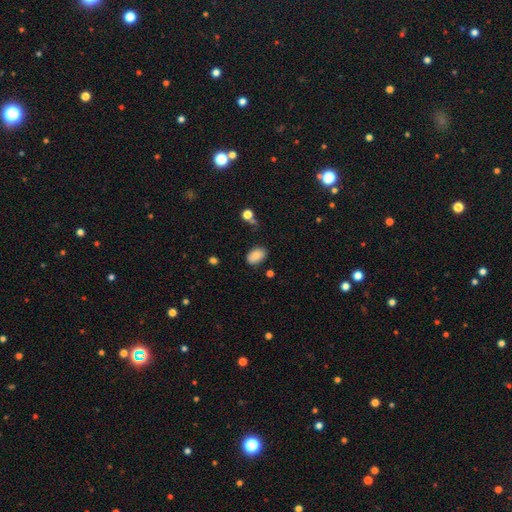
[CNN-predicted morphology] Q: Smooth or featured?
A: smooth (85%); runner-up: star or artifact (8%)
Q: How rounded?
A: in between (88%); runner-up: round (11%)
Q: Merging?
A: none (80%); runner-up: minor disturbance (14%)